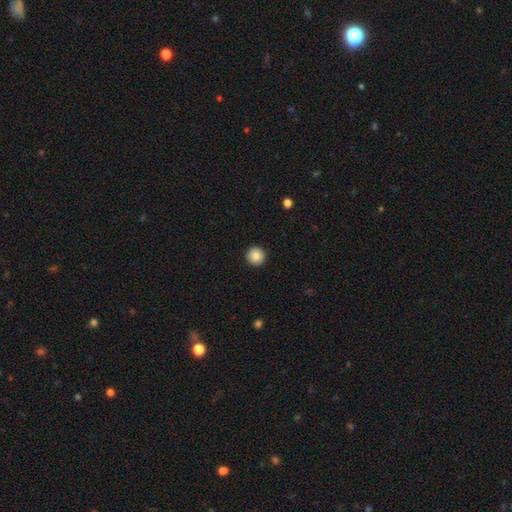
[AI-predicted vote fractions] This is clearly a smooth galaxy (87%). How rounded: clearly round (96%). Merging: clearly none (93%).